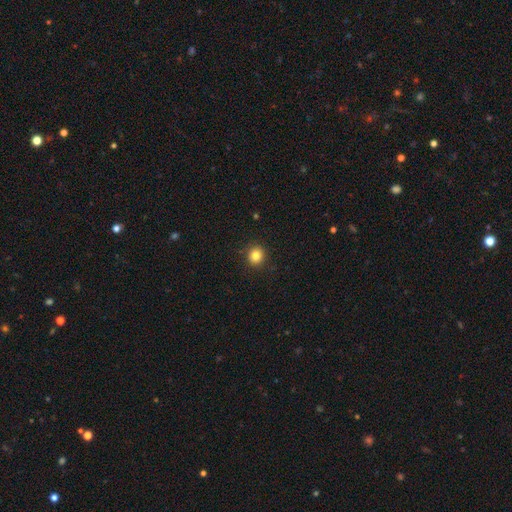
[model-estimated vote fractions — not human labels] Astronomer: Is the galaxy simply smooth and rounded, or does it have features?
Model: smooth — 83%.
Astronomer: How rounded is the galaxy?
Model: round — 89%.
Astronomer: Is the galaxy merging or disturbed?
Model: none — 91%.